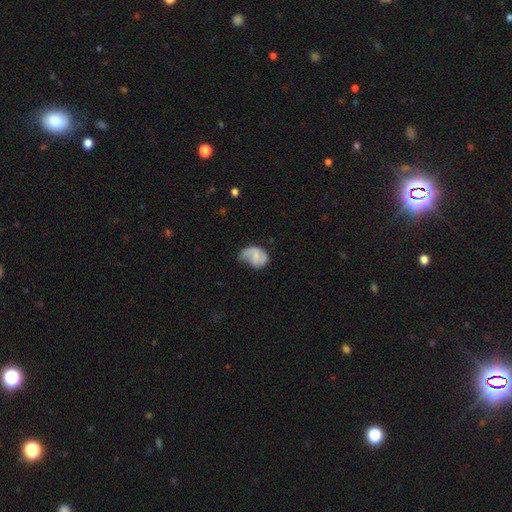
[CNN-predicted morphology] Smooth or featured: smooth — 52% (featured or disk — 40%)
How rounded: in between — 65% (round — 33%)
Merging: minor disturbance — 39% (none — 31%)